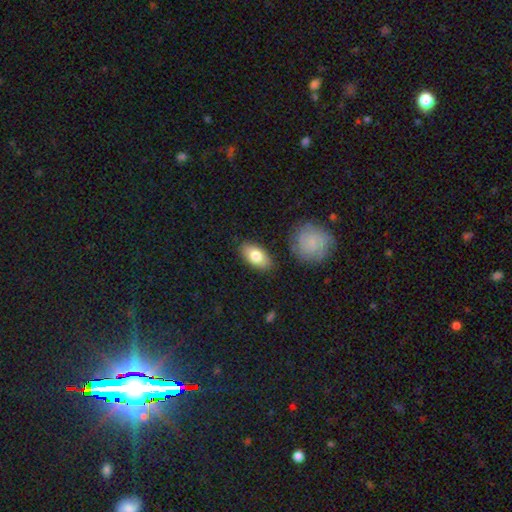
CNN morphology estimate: Q: Smooth or featured?
A: smooth (78%); runner-up: featured or disk (16%)
Q: How rounded?
A: in between (91%); runner-up: round (5%)
Q: Merging?
A: none (83%); runner-up: minor disturbance (11%)